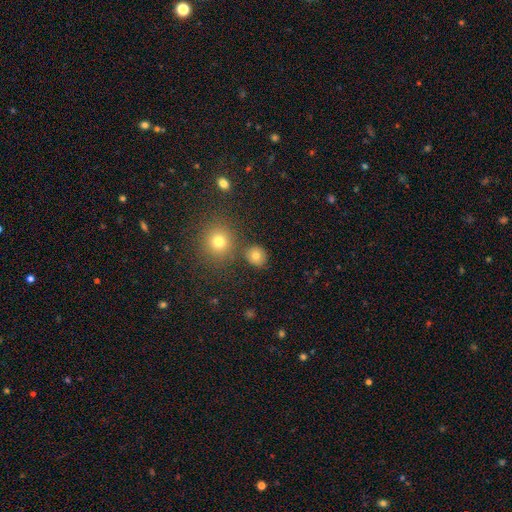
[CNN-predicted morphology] Overall: smooth (78%). How rounded: round (84%). Merging: none (83%).